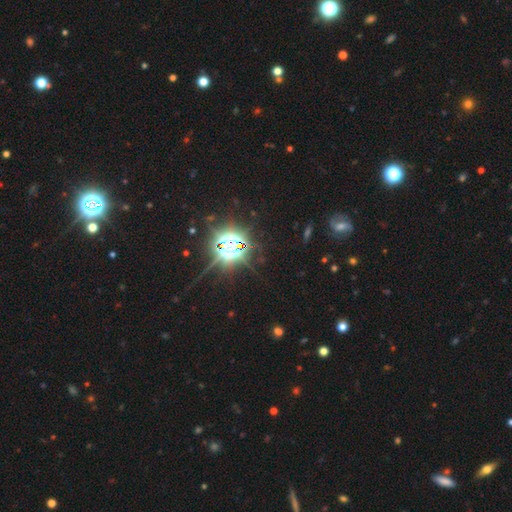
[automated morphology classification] type=star or artifact (81%).